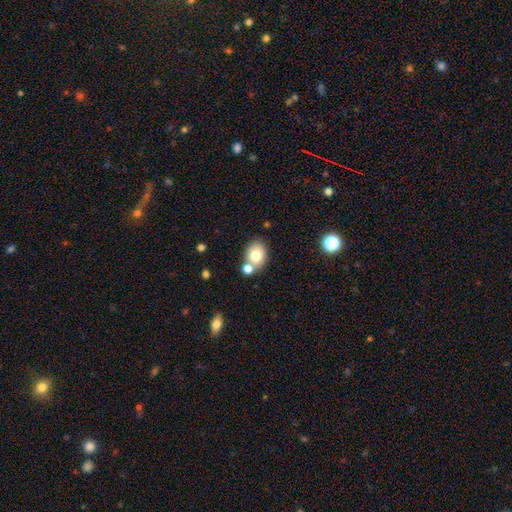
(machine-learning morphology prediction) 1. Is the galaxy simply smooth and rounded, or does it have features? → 76% smooth, 14% featured or disk, 10% star or artifact.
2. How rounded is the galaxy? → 57% in between, 42% round, 1% cigar-shaped.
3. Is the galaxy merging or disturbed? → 57% none, 28% merger, 12% minor disturbance, 3% major disturbance.